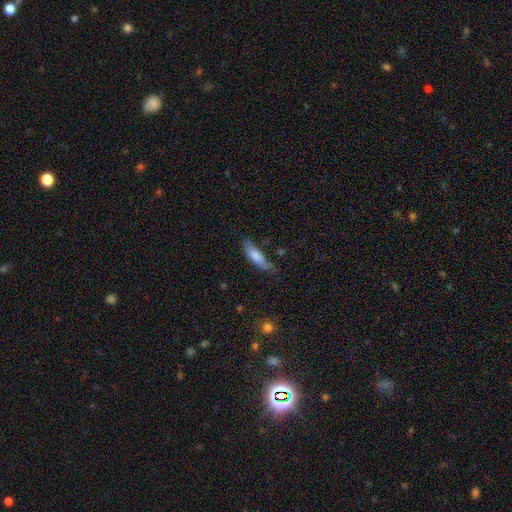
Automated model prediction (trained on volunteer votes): Overall: smooth (71%). How rounded: cigar-shaped (59%; in between 39%). Merging: none (63%; minor disturbance 27%).